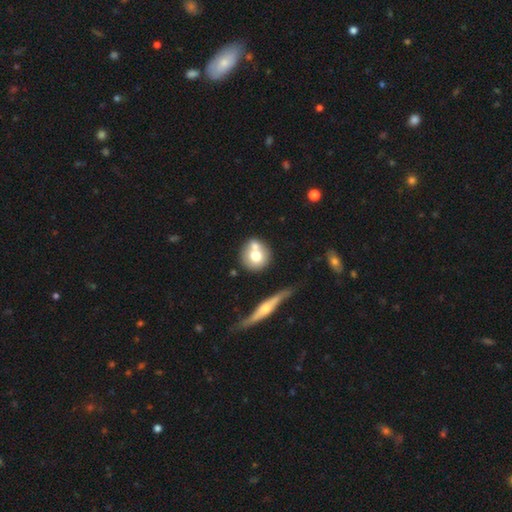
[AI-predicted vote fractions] smooth-or-featured: smooth: 66% | featured or disk: 27% | star or artifact: 7%
  how-rounded: round: 87% | in between: 11% | cigar-shaped: 2%
  merging: none: 51% | merger: 35% | minor disturbance: 10% | major disturbance: 4%